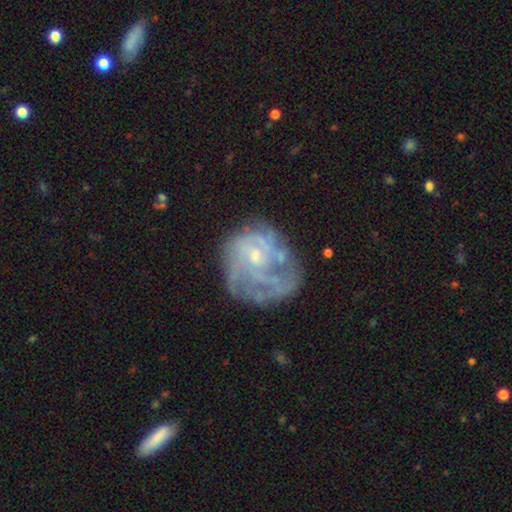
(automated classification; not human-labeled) Morphology: type=featured or disk (72%); edge-on=no (98%); bar=no (73%); spiral arms=yes (63%); bulge=small (56%); merging=none (51%).